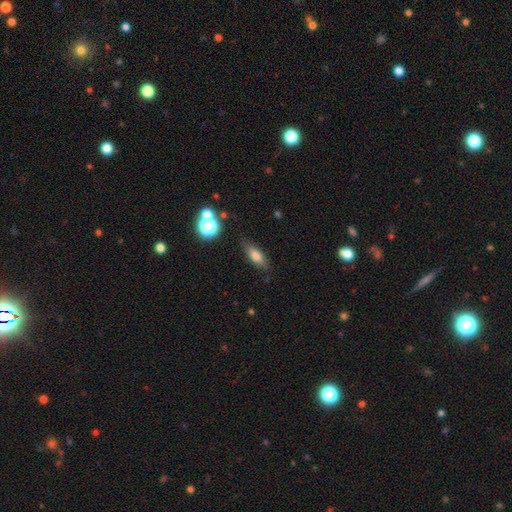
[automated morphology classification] Q: Smooth or featured?
A: smooth (71%); runner-up: featured or disk (19%)
Q: How rounded?
A: in between (62%); runner-up: cigar-shaped (32%)
Q: Merging?
A: none (78%); runner-up: minor disturbance (15%)